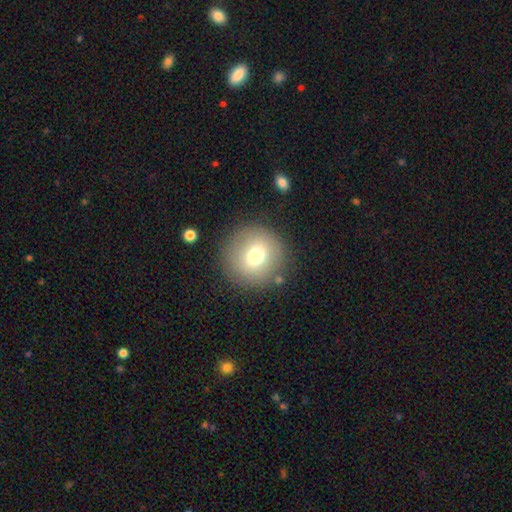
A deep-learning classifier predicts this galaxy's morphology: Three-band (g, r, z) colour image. It shows a smooth galaxy with no disk features (73%) that is round (96%). Merging: none (86%).